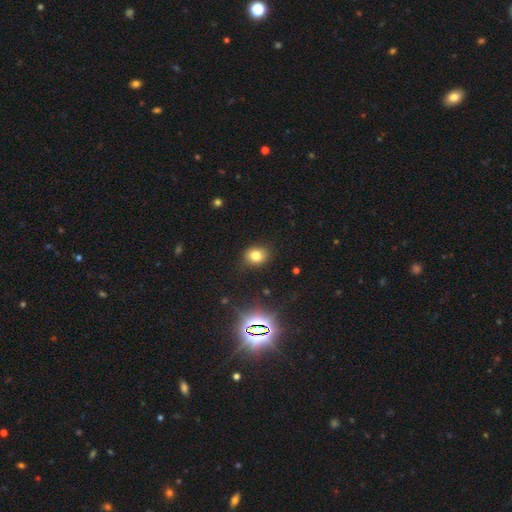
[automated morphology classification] type=smooth (75%); roundness=round (61%); merging=none (84%).